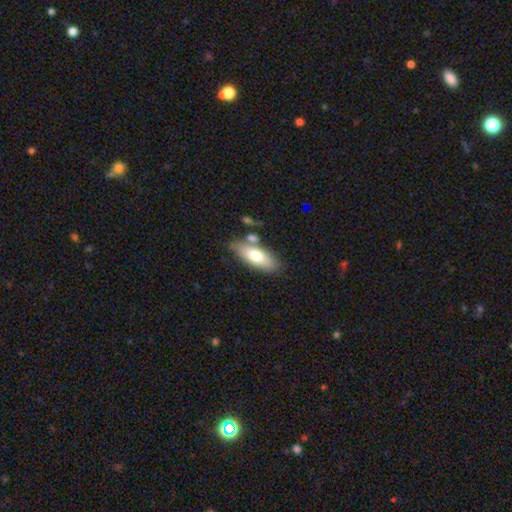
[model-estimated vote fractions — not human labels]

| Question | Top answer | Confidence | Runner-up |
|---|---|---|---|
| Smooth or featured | smooth | 72% | featured or disk (21%) |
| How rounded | in between | 74% | cigar-shaped (23%) |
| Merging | none | 67% | minor disturbance (15%) |